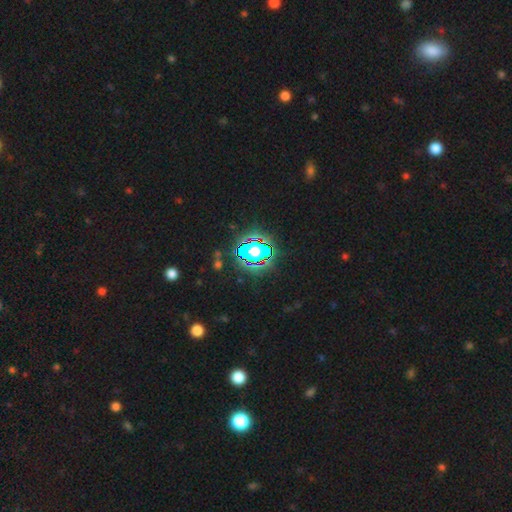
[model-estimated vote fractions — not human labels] smooth-or-featured: star or artifact: 82% | smooth: 11% | featured or disk: 7%